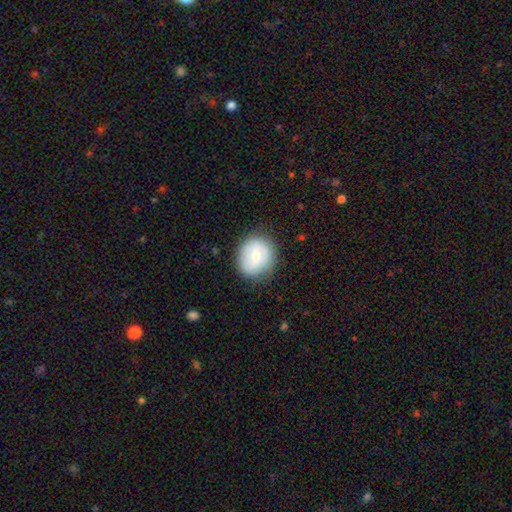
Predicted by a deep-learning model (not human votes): smooth-or-featured: smooth: 58% | featured or disk: 35% | star or artifact: 7%
  how-rounded: round: 78% | in between: 21% | cigar-shaped: 1%
  merging: none: 76% | minor disturbance: 17% | major disturbance: 5% | merger: 1%